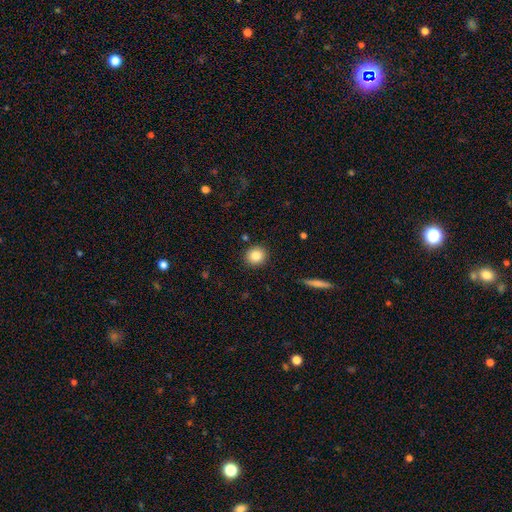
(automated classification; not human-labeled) The model was most divided on "how rounded": round: 87%, in between: 12%, cigar-shaped: 1%. More confident: merging — none (90%); smooth or featured — smooth (85%).